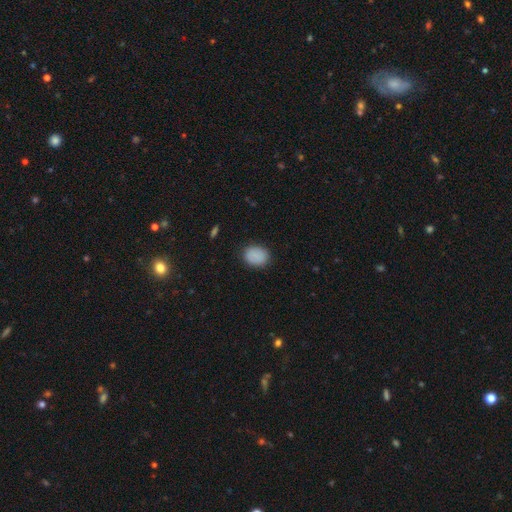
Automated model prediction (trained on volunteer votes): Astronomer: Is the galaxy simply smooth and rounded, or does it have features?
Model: smooth — 88%.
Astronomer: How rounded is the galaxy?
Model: in between — 57% (runner-up: round, 42%).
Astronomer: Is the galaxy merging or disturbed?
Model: none — 86%.